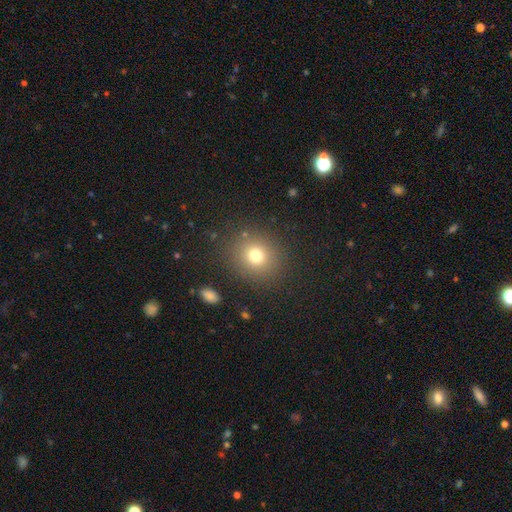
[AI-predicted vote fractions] Overall: smooth (75%). How rounded: round (78%). Merging: none (85%).